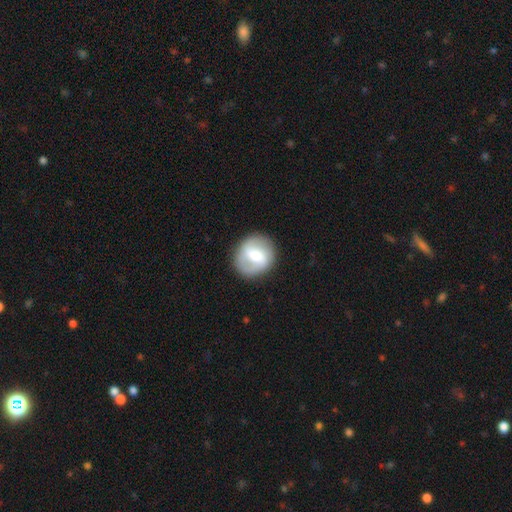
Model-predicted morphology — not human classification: Q: Smooth or featured?
A: featured or disk (56%); runner-up: smooth (38%)
Q: Edge-on disk?
A: no (96%); runner-up: yes (4%)
Q: Bar?
A: weak (45%); runner-up: strong (33%)
Q: Spiral arms?
A: yes (61%); runner-up: no (39%)
Q: Bulge size?
A: moderate (64%); runner-up: small (26%)
Q: Merging?
A: none (86%); runner-up: minor disturbance (9%)